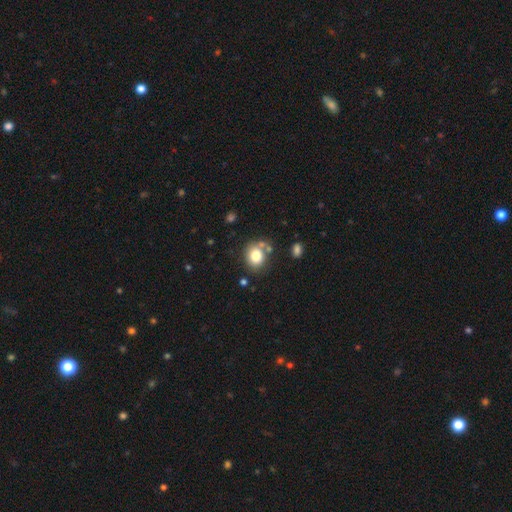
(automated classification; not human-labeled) Overall: smooth (79%). How rounded: round (66%; in between 33%). Merging: none (65%).